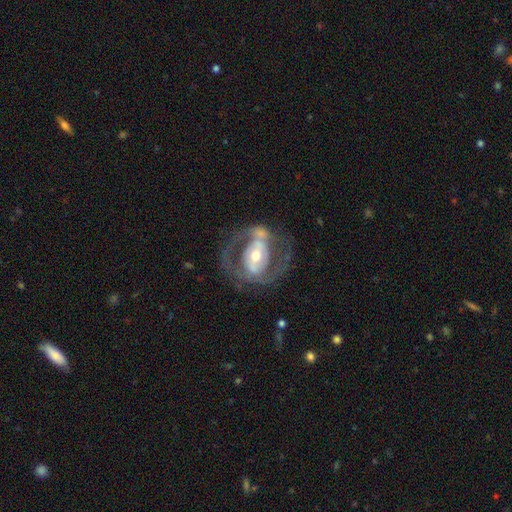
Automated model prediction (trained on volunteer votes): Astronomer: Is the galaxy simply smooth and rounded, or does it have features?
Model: featured or disk — 81%.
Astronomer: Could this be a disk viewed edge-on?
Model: no — 96%.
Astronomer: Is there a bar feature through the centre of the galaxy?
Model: no — 33%, tied with strong and weak at 33%.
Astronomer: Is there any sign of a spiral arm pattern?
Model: yes — 70%.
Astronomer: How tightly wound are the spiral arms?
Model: medium — 50% (runner-up: tight, 27%).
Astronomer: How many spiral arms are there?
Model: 2 — 80%.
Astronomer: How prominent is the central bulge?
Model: moderate — 65%.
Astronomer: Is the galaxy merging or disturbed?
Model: none — 56%.